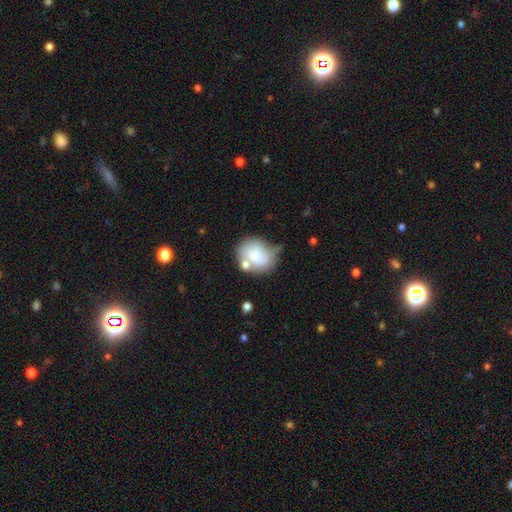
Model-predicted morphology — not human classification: Smooth or featured? Predicted: smooth (p=0.67). How rounded? Predicted: round (p=0.62). Merging? Predicted: none (p=0.38).